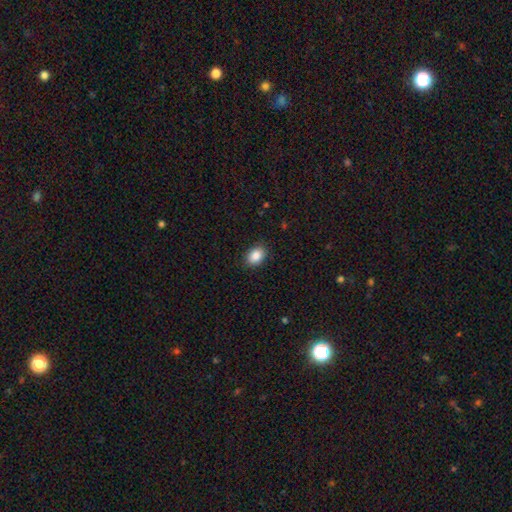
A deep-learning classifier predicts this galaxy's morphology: This is clearly a smooth galaxy (87%). How rounded: likely in between (79%). Merging: clearly none (89%).